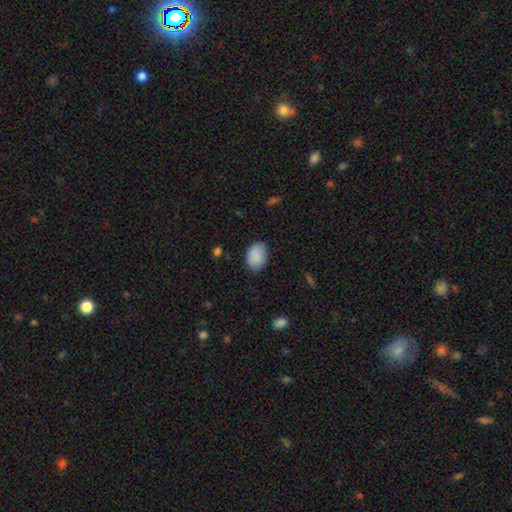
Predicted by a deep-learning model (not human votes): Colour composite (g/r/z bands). It shows a smooth galaxy with no disk features (90%) that is in between round and cigar-shaped (84%). Merging: none (84%).